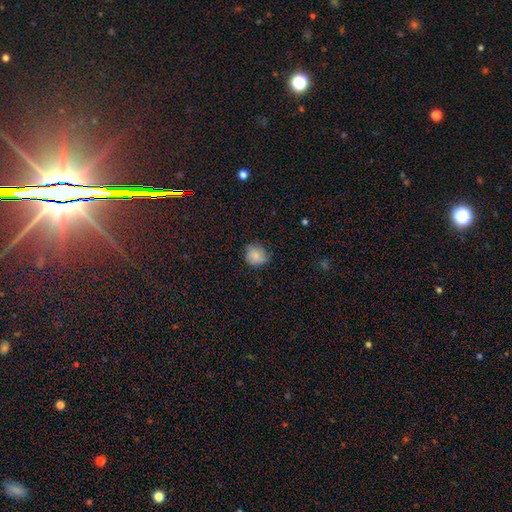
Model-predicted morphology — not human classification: Smooth or featured: smooth — 82% (featured or disk — 9%)
How rounded: round — 75% (in between — 24%)
Merging: none — 73% (minor disturbance — 22%)